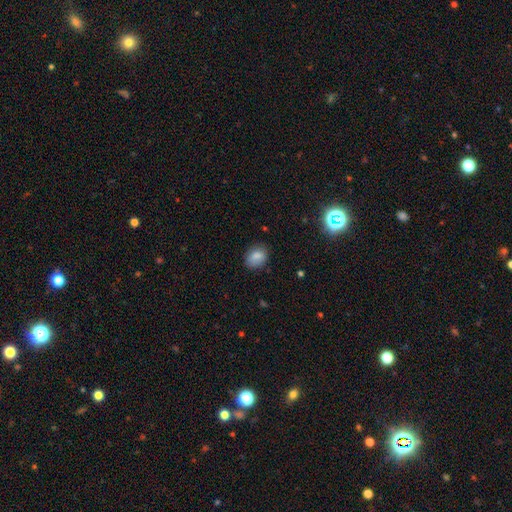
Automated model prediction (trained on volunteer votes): Smooth or featured?
  - smooth: 84% *
  - star or artifact: 9%
  - featured or disk: 7%
How rounded?
  - in between: 65% *
  - round: 34%
  - cigar-shaped: 1%
Merging?
  - none: 80% *
  - minor disturbance: 15%
  - major disturbance: 3%
  - merger: 1%